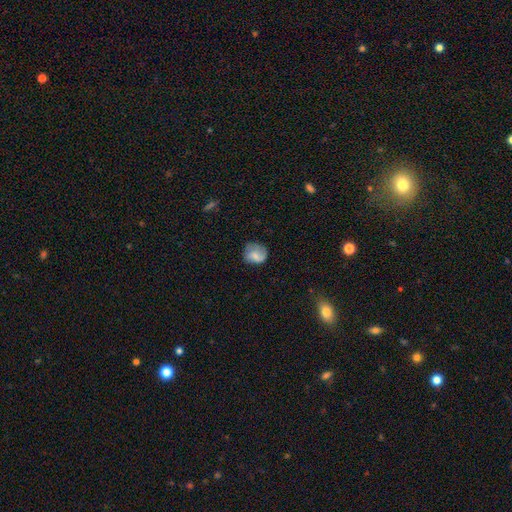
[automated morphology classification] Smooth or featured? Predicted: smooth (p=0.63). How rounded? Predicted: round (p=0.73). Merging? Predicted: none (p=0.62).